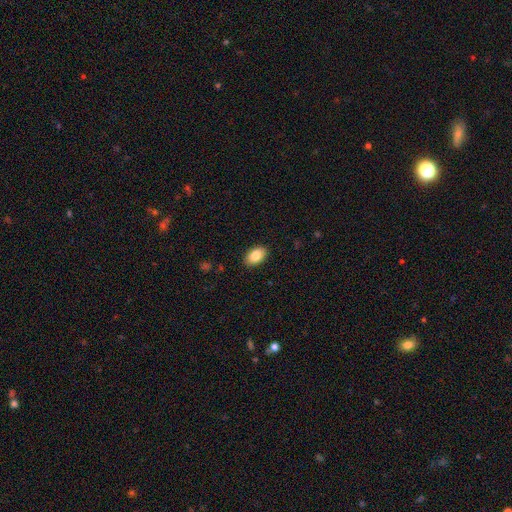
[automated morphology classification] smooth_or_featured: smooth (p=0.86) [alt: star or artifact p=0.07]
how_rounded: in between (p=0.91) [alt: round p=0.08]
merging: none (p=0.89) [alt: minor disturbance p=0.08]